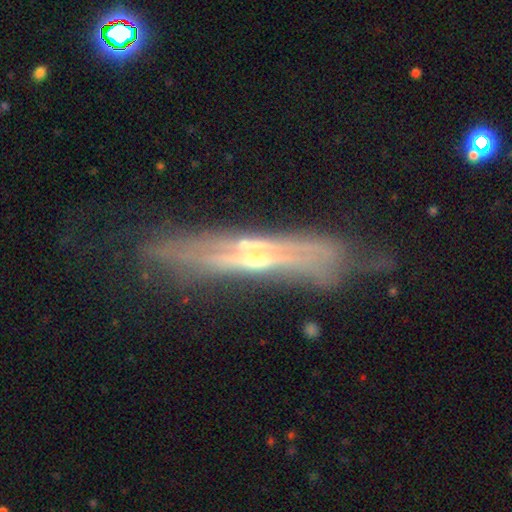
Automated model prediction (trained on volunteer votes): The model was most divided on "merging": none: 62%, minor disturbance: 23%, major disturbance: 11%, merger: 4%. More confident: edge-on disk — yes (83%); smooth or featured — featured or disk (77%); edge-on bulge — rounded (67%).